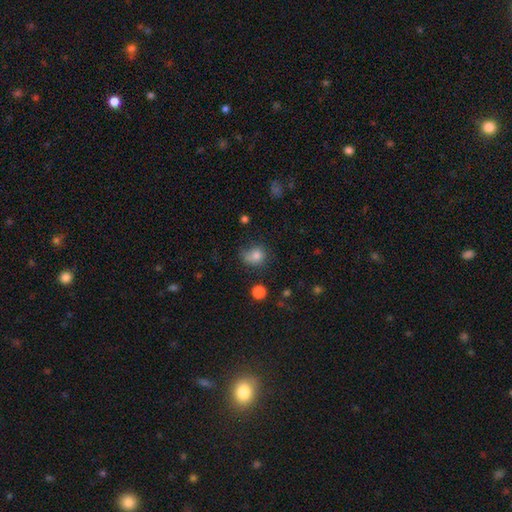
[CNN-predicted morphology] Smooth or featured?
  - smooth: 79% *
  - star or artifact: 13%
  - featured or disk: 8%
How rounded?
  - round: 67% *
  - in between: 32%
  - cigar-shaped: 1%
Merging?
  - none: 50% *
  - minor disturbance: 29%
  - major disturbance: 14%
  - merger: 8%